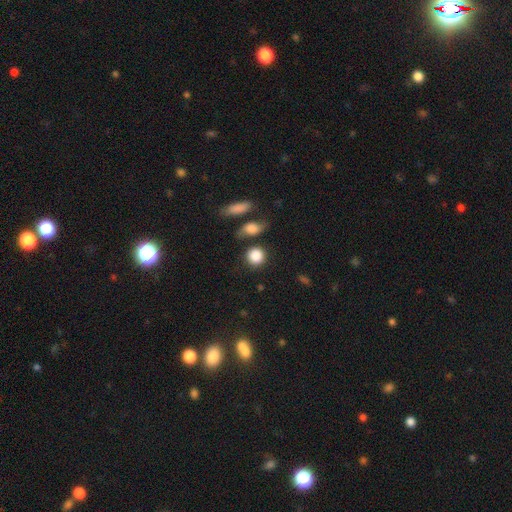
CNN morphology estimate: This appears to be a smooth galaxy with no disk features (87%) that is round (86%). Merging: none (76%).